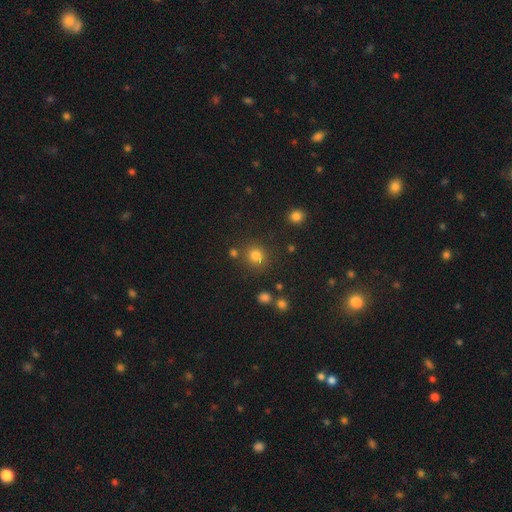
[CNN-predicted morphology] This is likely a smooth galaxy (79%). How rounded: clearly round (90%). Merging: clearly none (81%).